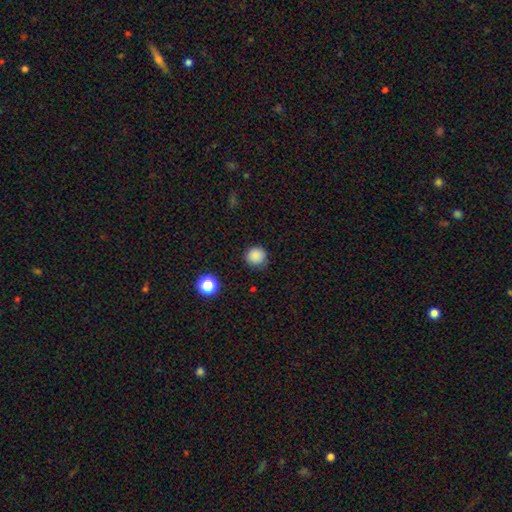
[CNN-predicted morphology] Overall: smooth (86%). How rounded: round (94%). Merging: none (86%).